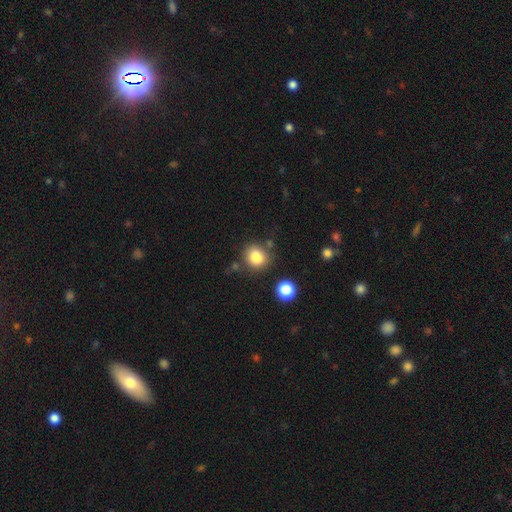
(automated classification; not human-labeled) Smooth or featured? Predicted: smooth (p=0.83). How rounded? Predicted: round (p=0.79). Merging? Predicted: none (p=0.76).